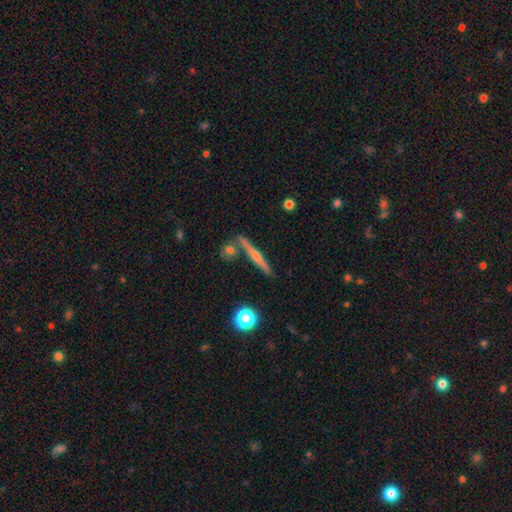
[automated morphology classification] A featured or disk galaxy (63%) viewed edge-on (97%) with a rounded central bulge (70%).

Vote fractions:
- Smooth or featured? featured or disk: 63% / smooth: 30% / star or artifact: 7%
- Edge-on disk? yes: 97% / no: 3%
- Edge-on bulge? rounded: 70% / none: 23% / boxy: 7%
- Merging? none: 82% / minor disturbance: 8% / merger: 8% / major disturbance: 2%